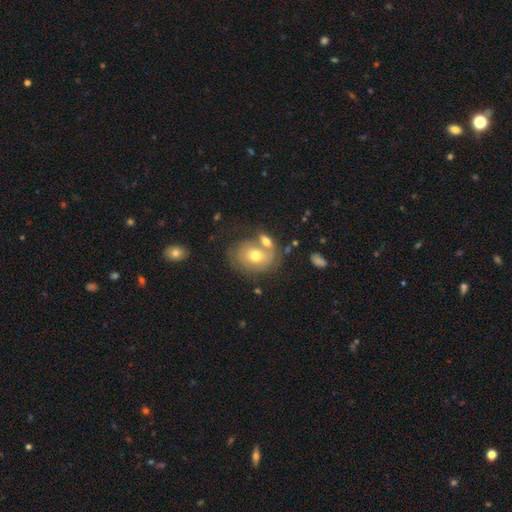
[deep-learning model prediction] A smooth galaxy with no disk features (47%).

Vote fractions:
- Smooth or featured? smooth: 47% / featured or disk: 45% / star or artifact: 8%
- Merging? none: 41% / merger: 32% / minor disturbance: 17% / major disturbance: 10%